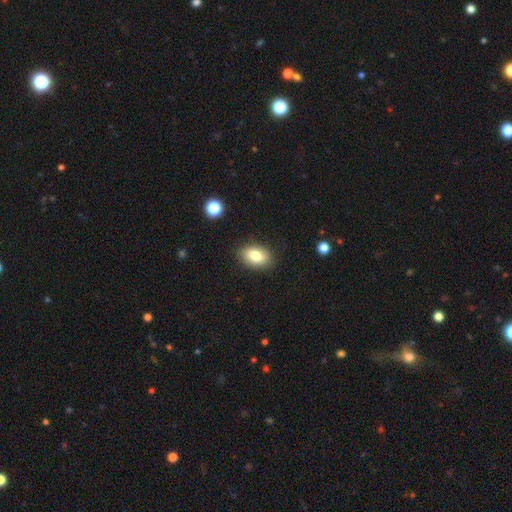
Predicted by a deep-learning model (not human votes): This is likely a smooth galaxy (78%). How rounded: clearly in between (87%). Merging: clearly none (85%).